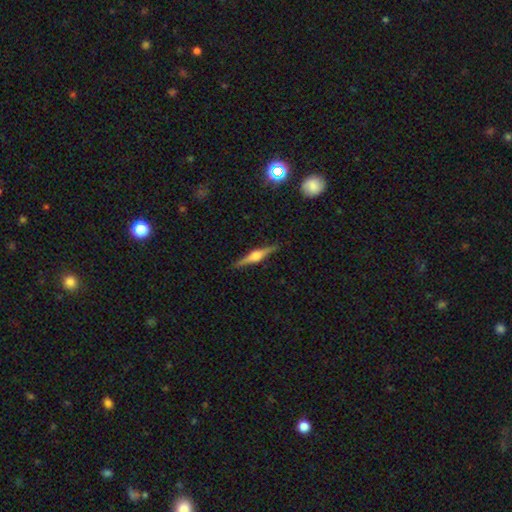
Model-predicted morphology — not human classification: smooth_or_featured: featured or disk (p=0.80) [alt: smooth p=0.14]
disk_edge_on: yes (p=0.98) [alt: no p=0.02]
edge_on_bulge: rounded (p=0.91) [alt: boxy p=0.07]
merging: none (p=0.91) [alt: minor disturbance p=0.06]